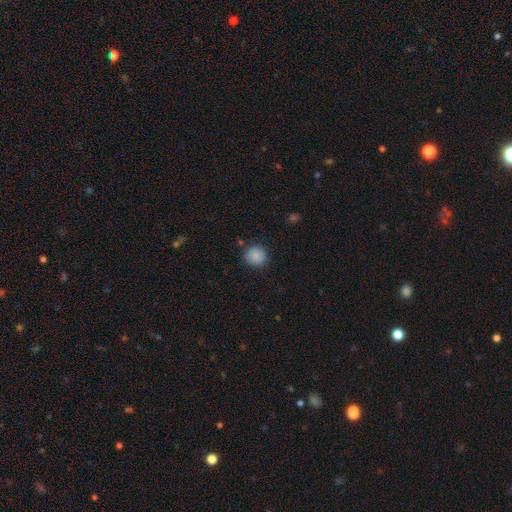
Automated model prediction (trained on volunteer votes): A smooth galaxy with no disk features (85%) that is round (91%).

Vote fractions:
- Smooth or featured? smooth: 85% / star or artifact: 8% / featured or disk: 6%
- How rounded? round: 91% / in between: 8% / cigar-shaped: 1%
- Merging? none: 82% / minor disturbance: 12% / major disturbance: 3% / merger: 2%